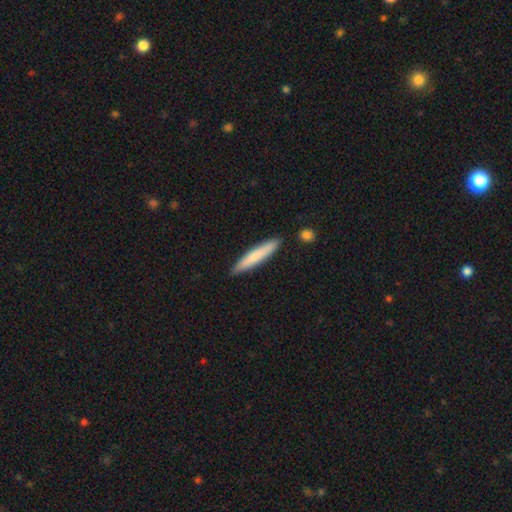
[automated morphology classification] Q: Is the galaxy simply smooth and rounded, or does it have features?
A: smooth — 75%.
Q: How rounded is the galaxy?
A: cigar-shaped — 93%.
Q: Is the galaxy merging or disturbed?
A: none — 88%.